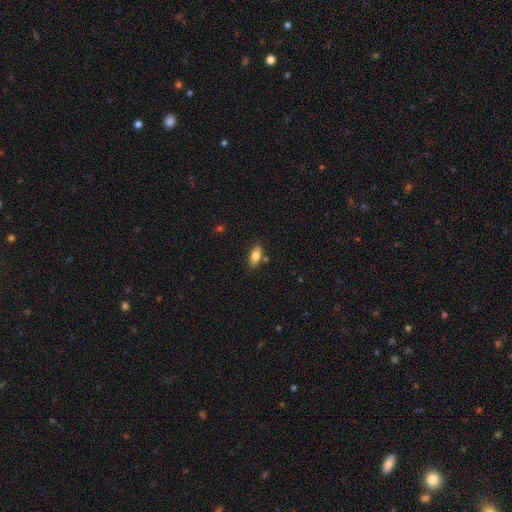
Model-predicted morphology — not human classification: A smooth galaxy with no disk features (81%) that is in between round and cigar-shaped (88%).

Vote fractions:
- Smooth or featured? smooth: 81% / featured or disk: 11% / star or artifact: 8%
- How rounded? in between: 88% / cigar-shaped: 9% / round: 3%
- Merging? none: 80% / minor disturbance: 12% / merger: 6% / major disturbance: 3%